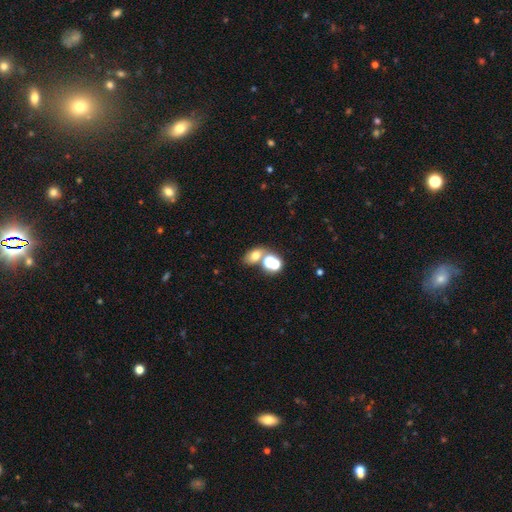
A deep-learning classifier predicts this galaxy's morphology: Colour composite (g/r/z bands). It shows a smooth galaxy with no disk features (65%) that is in between round and cigar-shaped (68%). Merging: none (45%).